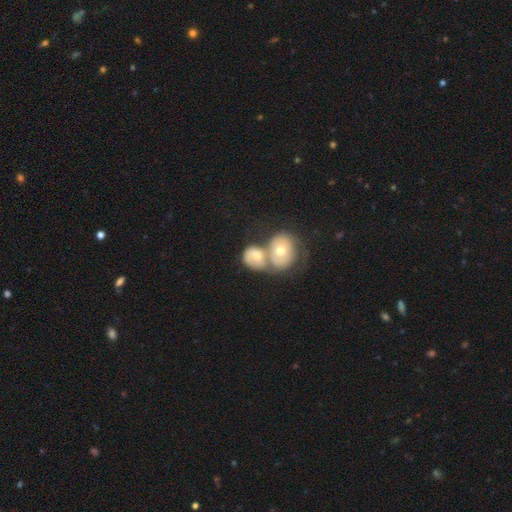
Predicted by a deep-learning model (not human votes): Morphology: type=smooth (51%); roundness=round (53%); merging=merger (69%).